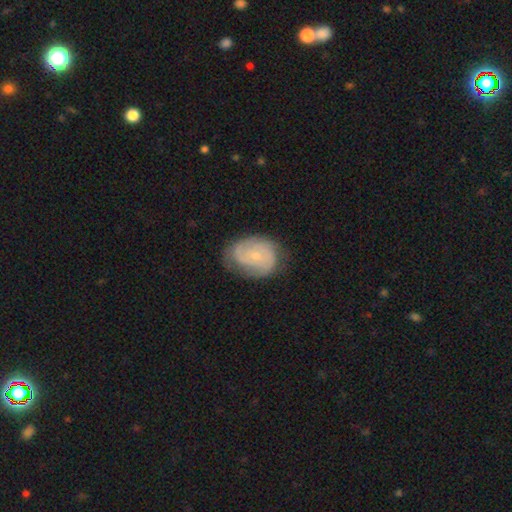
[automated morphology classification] type=featured or disk (73%); edge-on=no (97%); bar=no (73%); spiral arms=yes (91%); winding=tight (54%); arm count=2 (49%); bulge=small (74%); merging=none (69%).